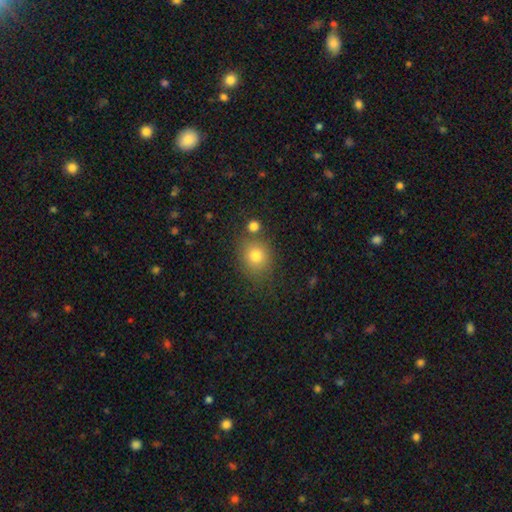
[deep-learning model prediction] A smooth galaxy with no disk features (78%) that is round (71%). Merging: none (72%).